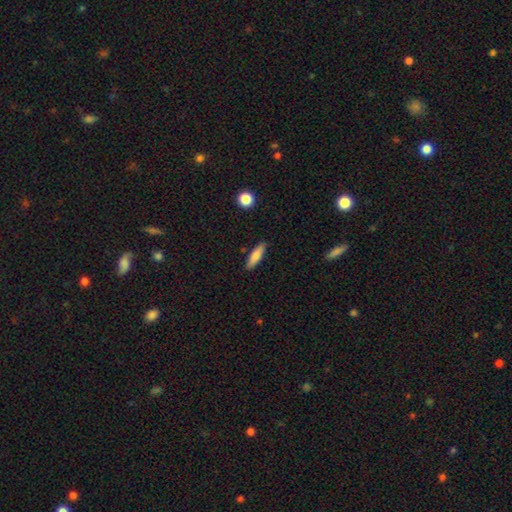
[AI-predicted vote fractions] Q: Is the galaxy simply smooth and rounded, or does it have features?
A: smooth — 79%.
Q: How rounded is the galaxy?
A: cigar-shaped — 63%.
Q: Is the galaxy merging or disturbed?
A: none — 87%.